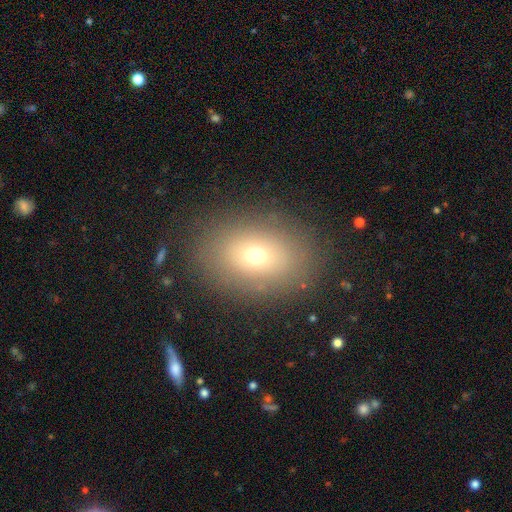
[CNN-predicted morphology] type=smooth (67%); roundness=in between (73%); merging=none (84%).